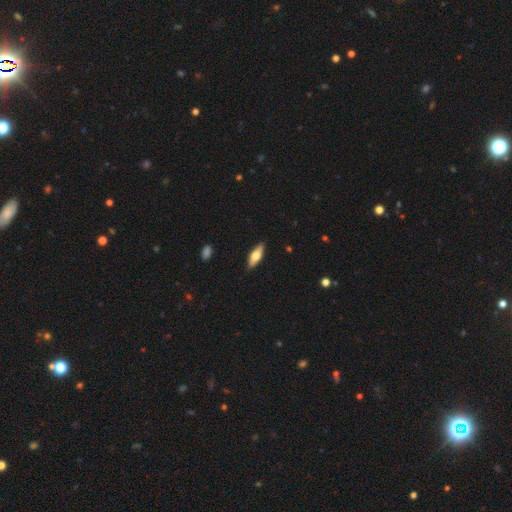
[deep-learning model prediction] Smooth or featured? smooth (52%)
How rounded? in between (62%)
Merging? none (88%)